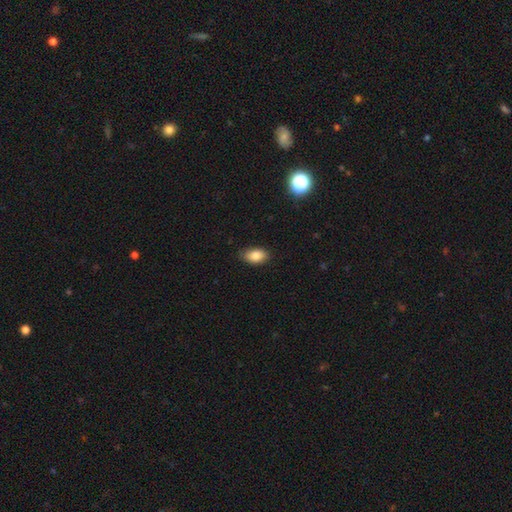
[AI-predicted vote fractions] Smooth or featured? Predicted: smooth (p=0.85). How rounded? Predicted: in between (p=0.90). Merging? Predicted: none (p=0.81).